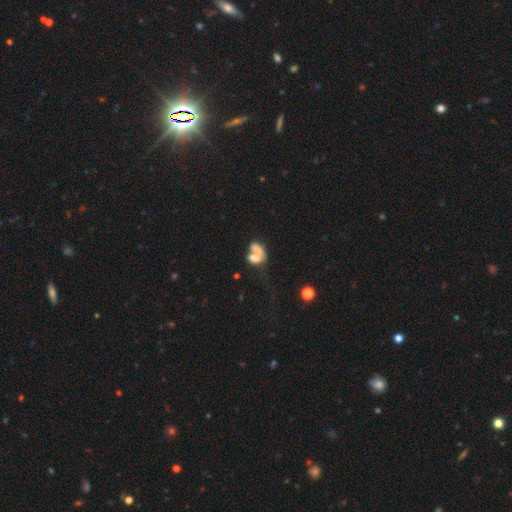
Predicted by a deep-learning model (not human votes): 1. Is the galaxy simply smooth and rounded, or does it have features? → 67% smooth, 21% featured or disk, 12% star or artifact.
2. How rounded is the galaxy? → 77% in between, 19% round, 4% cigar-shaped.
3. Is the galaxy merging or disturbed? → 59% merger, 21% none, 10% major disturbance, 9% minor disturbance.